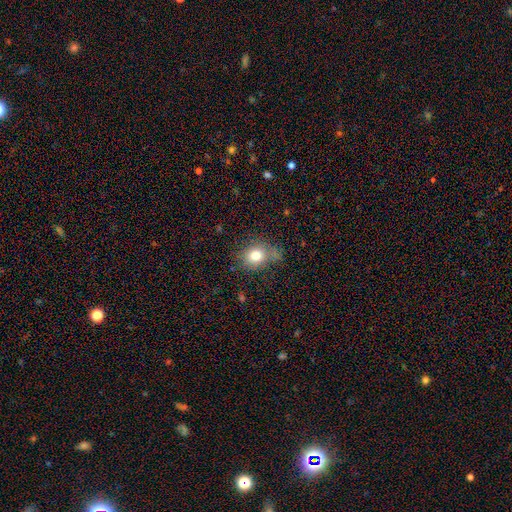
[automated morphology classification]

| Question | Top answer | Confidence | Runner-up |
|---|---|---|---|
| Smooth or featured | smooth | 78% | star or artifact (12%) |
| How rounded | round | 62% | in between (37%) |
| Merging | none | 65% | minor disturbance (22%) |